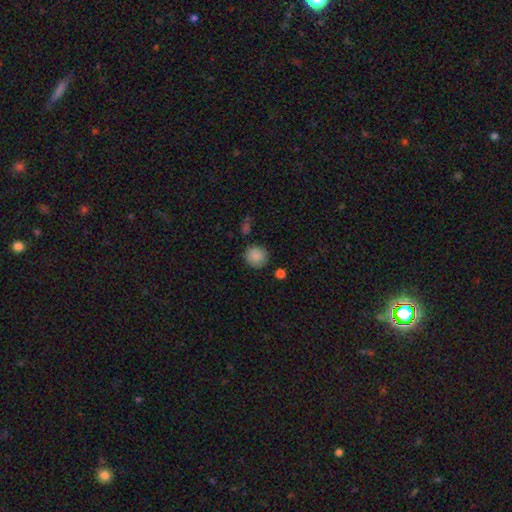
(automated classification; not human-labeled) Smooth or featured?
  - smooth: 87% *
  - star or artifact: 8%
  - featured or disk: 5%
How rounded?
  - round: 91% *
  - in between: 8%
  - cigar-shaped: 1%
Merging?
  - none: 83% *
  - minor disturbance: 11%
  - merger: 4%
  - major disturbance: 3%